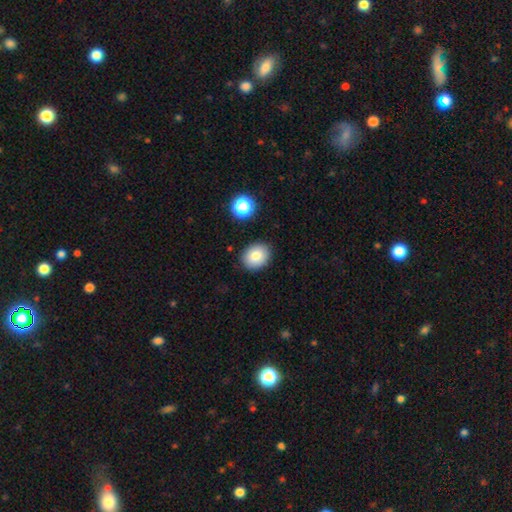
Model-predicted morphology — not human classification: smooth_or_featured: smooth (p=0.82) [alt: star or artifact p=0.10]
how_rounded: round (p=0.53) [alt: in between p=0.46]
merging: none (p=0.87) [alt: minor disturbance p=0.09]